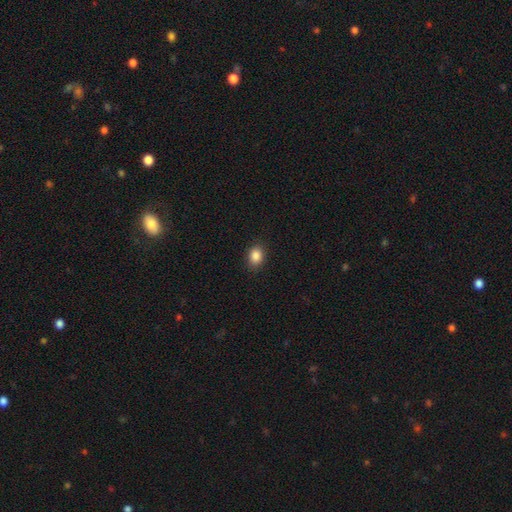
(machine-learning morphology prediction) type=smooth (87%); roundness=in between (61%); merging=none (88%).